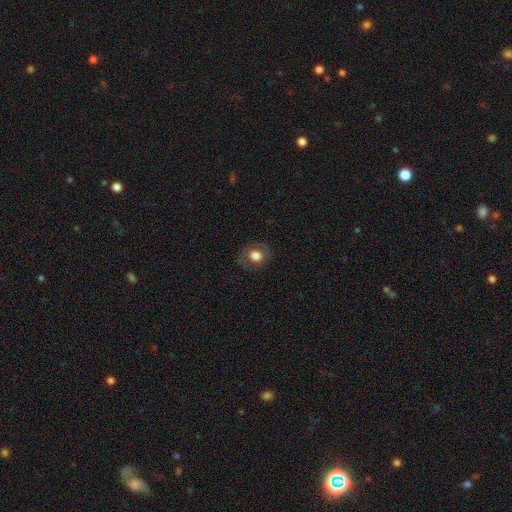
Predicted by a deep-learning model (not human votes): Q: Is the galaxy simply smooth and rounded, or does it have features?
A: smooth — 67%.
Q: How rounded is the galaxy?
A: round — 73%.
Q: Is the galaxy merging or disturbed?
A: none — 80%.